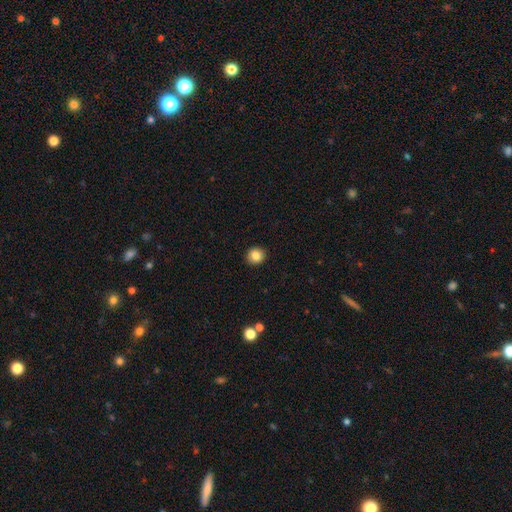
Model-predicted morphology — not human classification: A smooth galaxy with no disk features (85%) that is round (85%). Merging: none (92%).